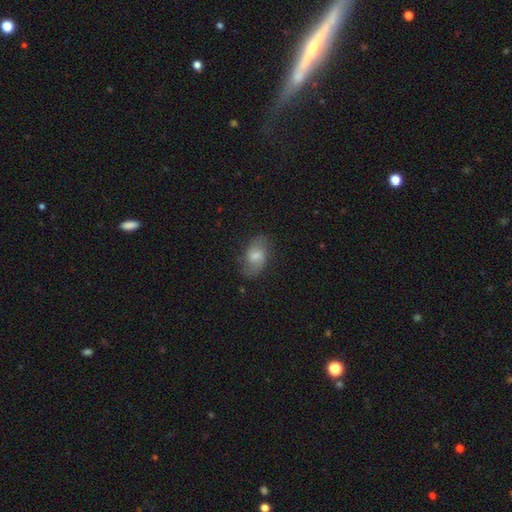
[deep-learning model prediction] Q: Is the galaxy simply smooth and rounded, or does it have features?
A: smooth — 49%.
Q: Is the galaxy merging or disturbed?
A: none — 72%.